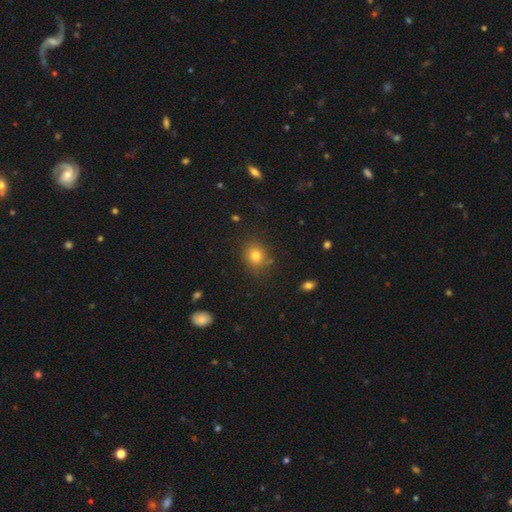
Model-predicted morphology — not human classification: This is likely a smooth galaxy (78%). How rounded: likely round (75%). Merging: clearly none (81%).